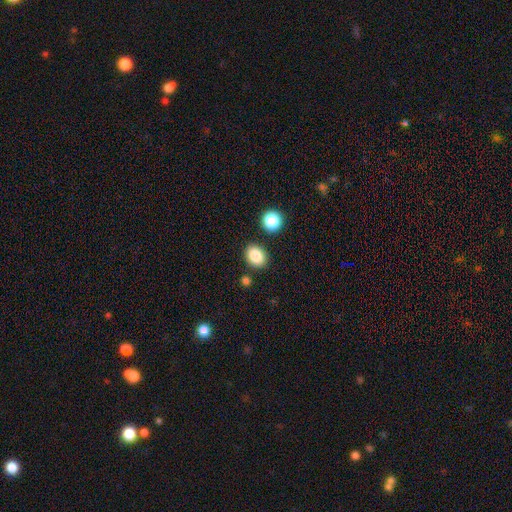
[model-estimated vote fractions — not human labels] A smooth galaxy with no disk features (86%) that is in between round and cigar-shaped (55%).

Vote fractions:
- Smooth or featured? smooth: 86% / star or artifact: 9% / featured or disk: 5%
- How rounded? in between: 55% / round: 44% / cigar-shaped: 1%
- Merging? none: 83% / minor disturbance: 9% / merger: 5% / major disturbance: 3%